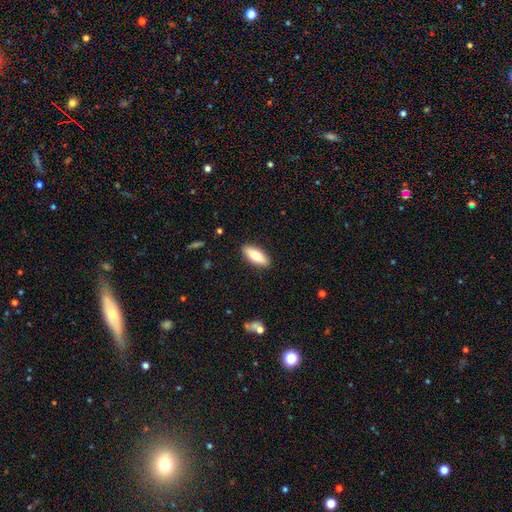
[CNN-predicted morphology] Smooth or featured? smooth (71%)
How rounded? in between (77%)
Merging? none (89%)